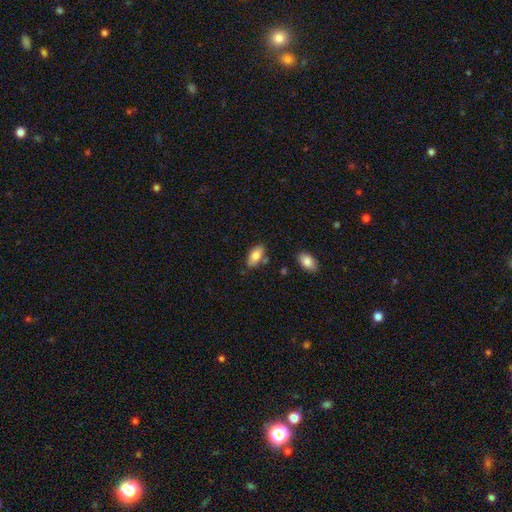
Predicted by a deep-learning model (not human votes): A smooth galaxy with no disk features (79%) that is in between round and cigar-shaped (92%). Merging: none (74%).